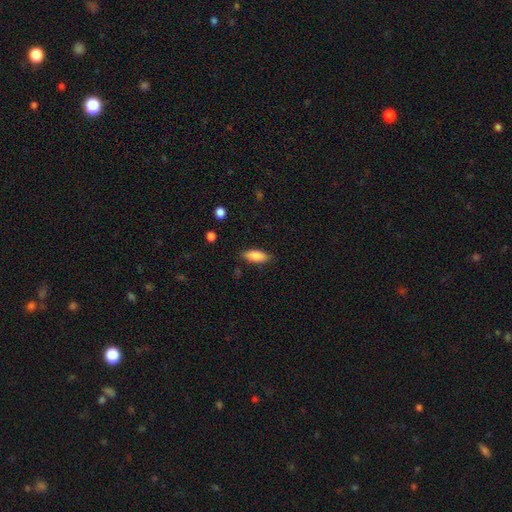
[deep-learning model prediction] Smooth or featured: smooth — 85% (featured or disk — 8%)
How rounded: in between — 73% (cigar-shaped — 25%)
Merging: none — 85% (minor disturbance — 11%)